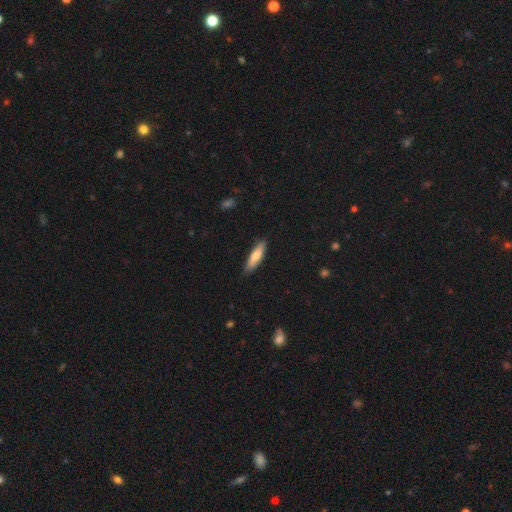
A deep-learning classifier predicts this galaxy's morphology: A smooth galaxy with no disk features (69%) that is cigar-shaped (71%).

Vote fractions:
- Smooth or featured? smooth: 69% / featured or disk: 26% / star or artifact: 6%
- How rounded? cigar-shaped: 71% / in between: 27% / round: 2%
- Merging? none: 87% / minor disturbance: 10% / major disturbance: 2% / merger: 1%